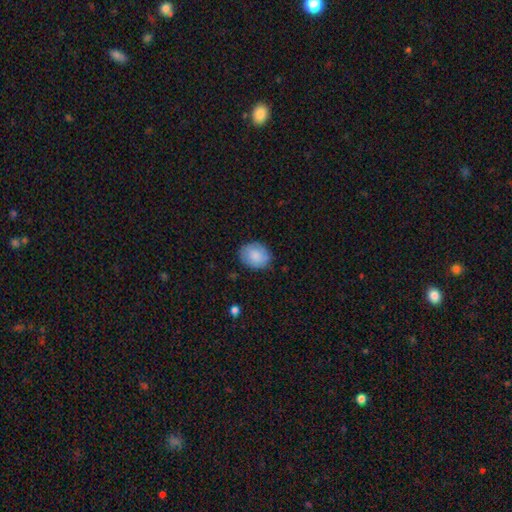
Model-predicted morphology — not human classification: smooth-or-featured: smooth: 82% | featured or disk: 12% | star or artifact: 7%
  how-rounded: round: 54% | in between: 45% | cigar-shaped: 1%
  merging: none: 80% | minor disturbance: 15% | major disturbance: 3% | merger: 1%